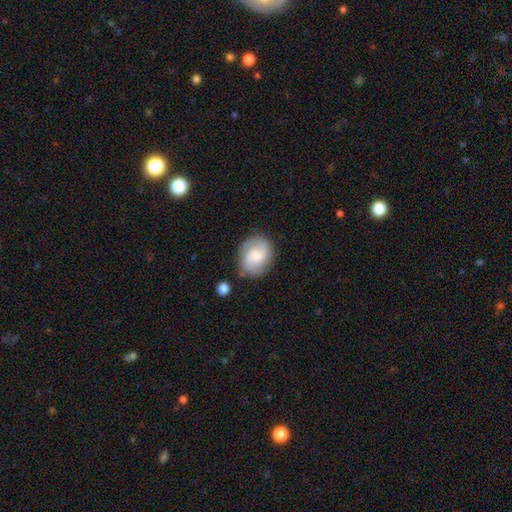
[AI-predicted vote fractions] This appears to be a smooth galaxy with no disk features (48%). Merging: none (76%).